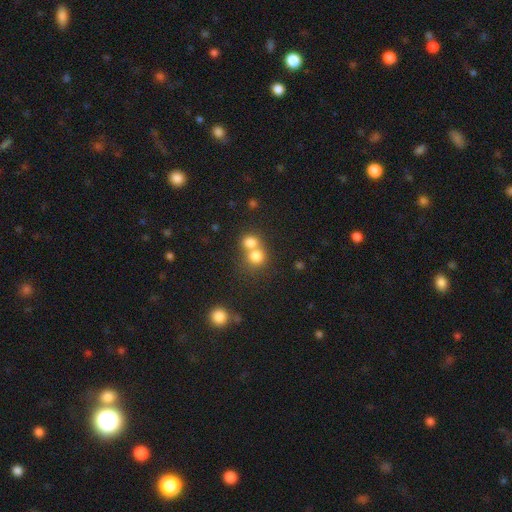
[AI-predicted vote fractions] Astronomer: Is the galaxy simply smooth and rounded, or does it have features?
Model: smooth — 76%.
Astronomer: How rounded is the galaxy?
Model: round — 77%.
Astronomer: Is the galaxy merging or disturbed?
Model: merger — 57% (runner-up: none, 34%).